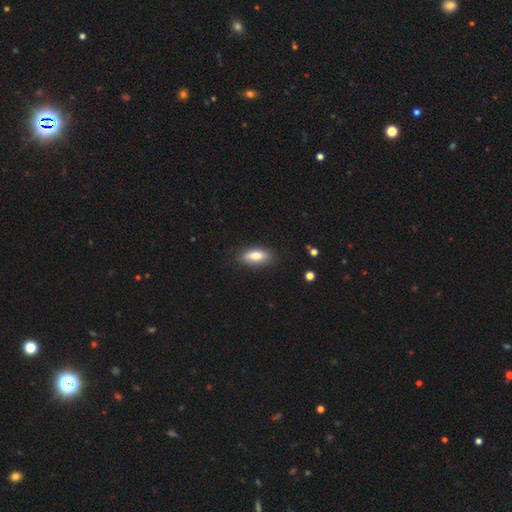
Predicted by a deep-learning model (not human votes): Morphology: type=smooth (81%); roundness=in between (83%); merging=none (81%).